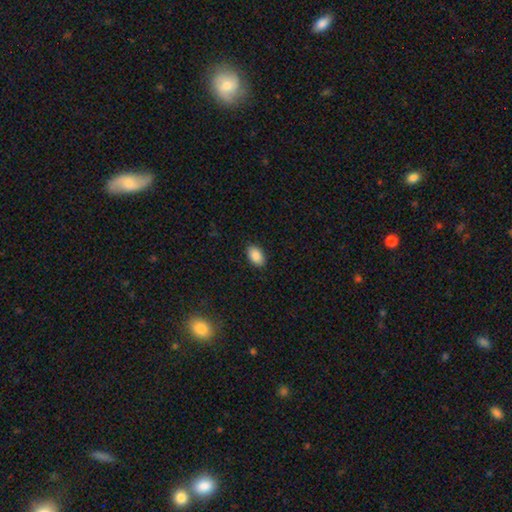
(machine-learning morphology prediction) Q: Smooth or featured?
A: smooth (89%); runner-up: star or artifact (7%)
Q: How rounded?
A: in between (91%); runner-up: round (7%)
Q: Merging?
A: none (88%); runner-up: minor disturbance (9%)